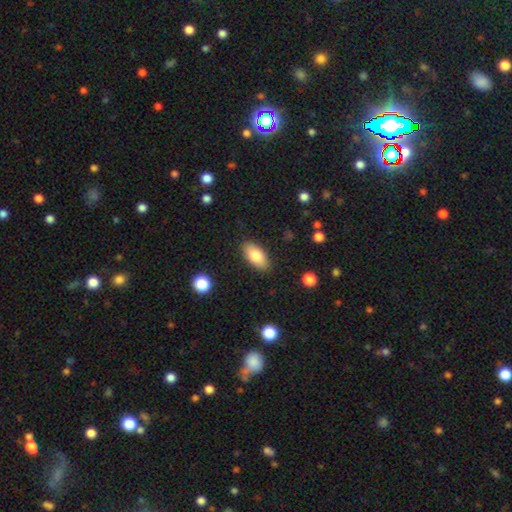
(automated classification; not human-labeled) This is likely a smooth galaxy (80%). How rounded: clearly in between (92%). Merging: clearly none (87%).